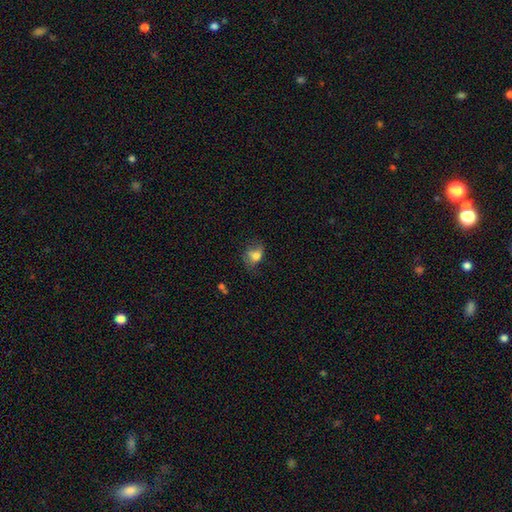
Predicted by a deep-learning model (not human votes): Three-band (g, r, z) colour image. It shows a smooth galaxy with no disk features (69%) that is in between round and cigar-shaped (65%). Merging: none (47%).